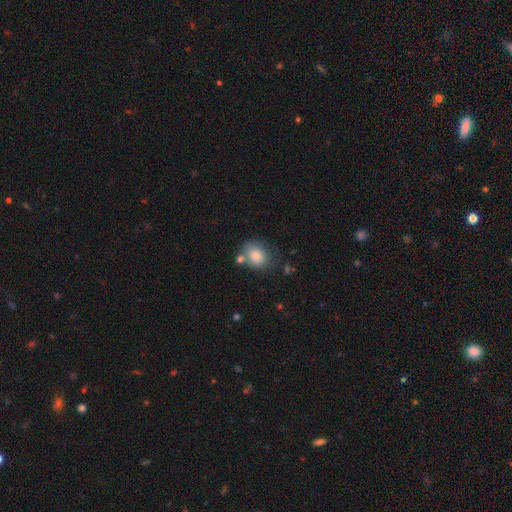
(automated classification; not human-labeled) The model was most divided on "how rounded": round: 55%, in between: 44%, cigar-shaped: 1%. More confident: smooth or featured — smooth (81%); merging — none (58%).